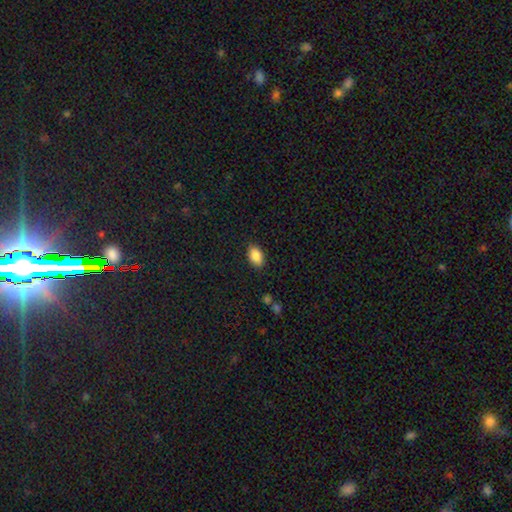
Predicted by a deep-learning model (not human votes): smooth 87%, star or artifact 8%, featured or disk 5%. Down the decision tree: how rounded — in between (91%); merging — none (87%).